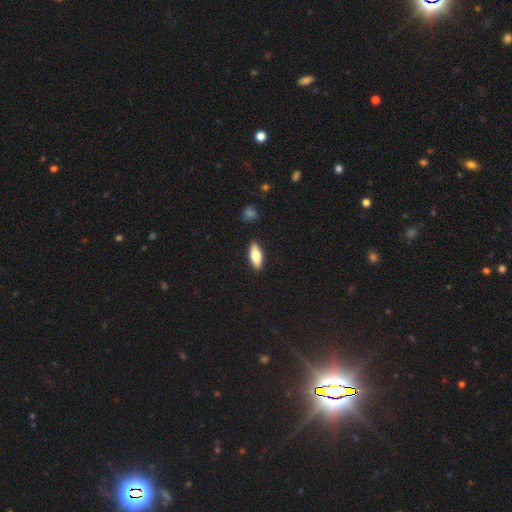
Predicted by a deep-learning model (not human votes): smooth_or_featured: smooth (p=0.71) [alt: featured or disk p=0.23]
how_rounded: in between (p=0.71) [alt: cigar-shaped p=0.27]
merging: none (p=0.89) [alt: minor disturbance p=0.08]